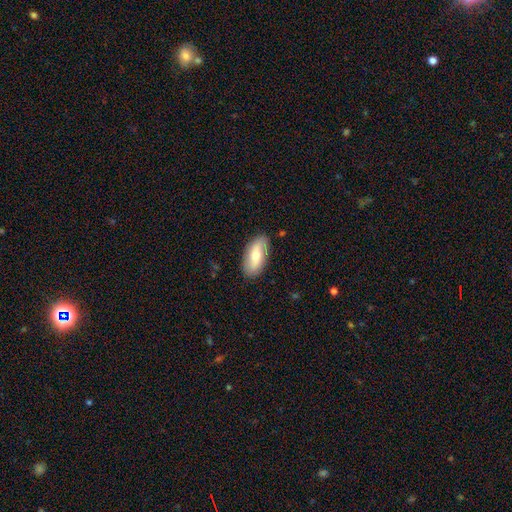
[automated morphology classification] type=smooth (58%); roundness=in between (89%); merging=none (85%).